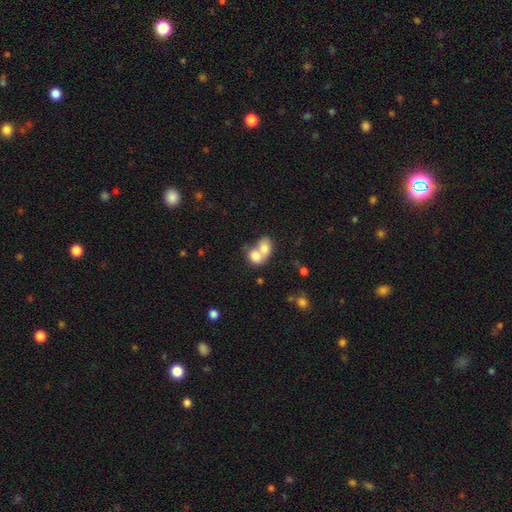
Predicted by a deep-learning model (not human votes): Smooth or featured? smooth (75%)
How rounded? in between (61%)
Merging? merger (76%)